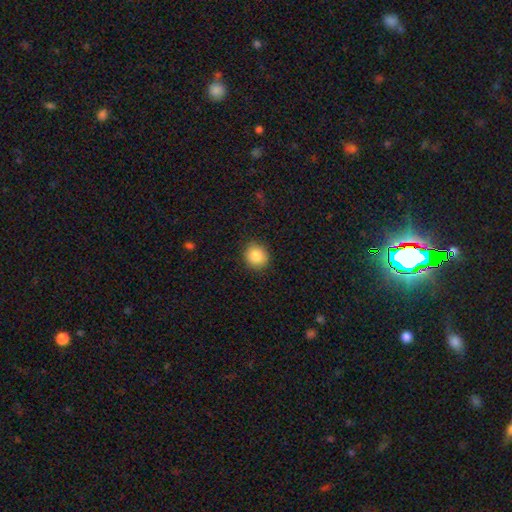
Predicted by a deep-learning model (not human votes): Q: Smooth or featured?
A: smooth (86%); runner-up: star or artifact (9%)
Q: How rounded?
A: round (81%); runner-up: in between (18%)
Q: Merging?
A: none (88%); runner-up: minor disturbance (9%)